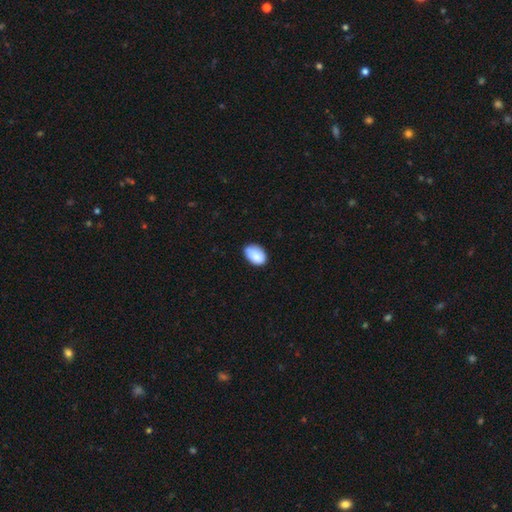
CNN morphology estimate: type=smooth (87%); roundness=in between (87%); merging=none (72%).